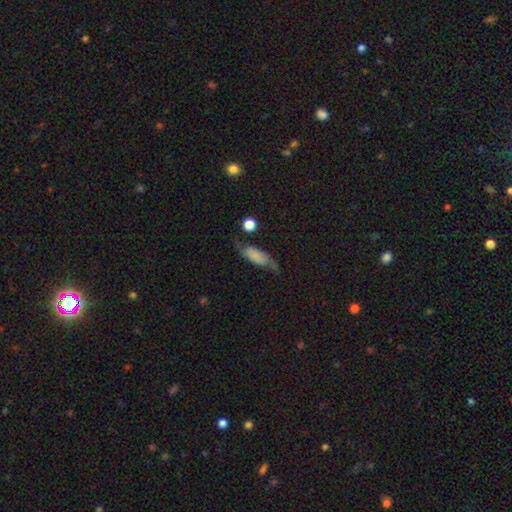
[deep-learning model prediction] Smooth or featured: smooth — 51% (featured or disk — 40%)
How rounded: in between — 69% (cigar-shaped — 24%)
Merging: none — 57% (minor disturbance — 26%)